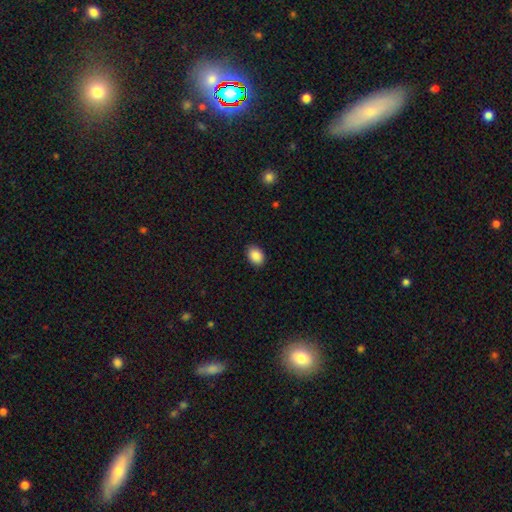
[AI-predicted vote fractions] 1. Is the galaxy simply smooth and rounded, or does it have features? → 88% smooth, 8% star or artifact, 4% featured or disk.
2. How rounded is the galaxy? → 73% in between, 26% round, 1% cigar-shaped.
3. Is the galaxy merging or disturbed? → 89% none, 8% minor disturbance, 2% major disturbance, 1% merger.